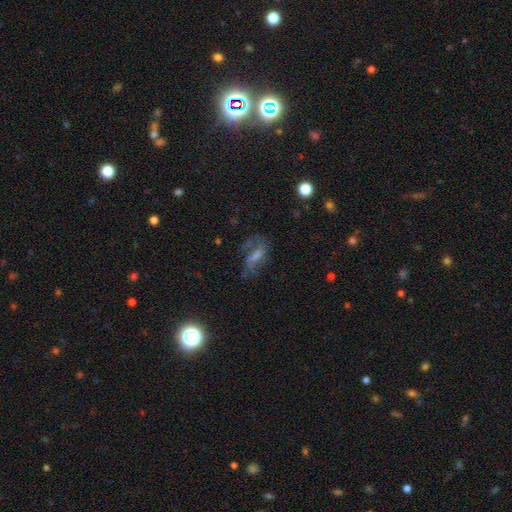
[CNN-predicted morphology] This appears to be a featured or disk galaxy (56%) with a weak bar (41%), spiral arms (72%) and a small central bulge (31%). Merging: none (50%).